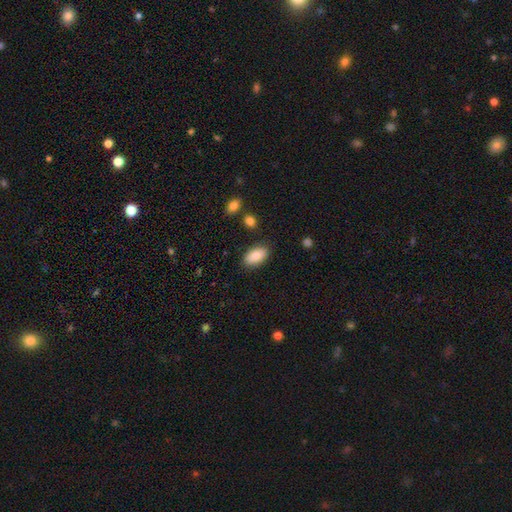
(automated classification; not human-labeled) smooth-or-featured: smooth: 84% | featured or disk: 9% | star or artifact: 7%
  how-rounded: in between: 94% | round: 4% | cigar-shaped: 2%
  merging: none: 84% | minor disturbance: 11% | major disturbance: 3% | merger: 2%